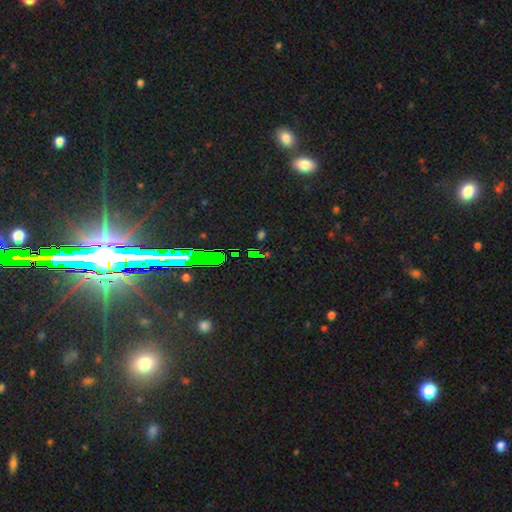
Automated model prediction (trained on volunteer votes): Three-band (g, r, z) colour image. It shows a star or artifact, not a galaxy (68%).